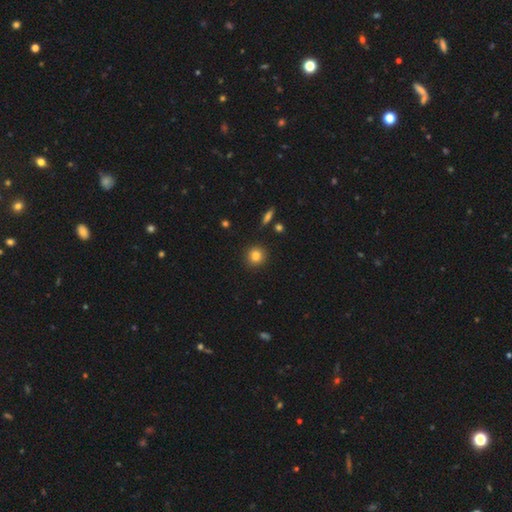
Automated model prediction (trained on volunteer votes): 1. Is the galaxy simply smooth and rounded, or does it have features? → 83% smooth, 10% star or artifact, 6% featured or disk.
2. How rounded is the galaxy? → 90% round, 8% in between, 1% cigar-shaped.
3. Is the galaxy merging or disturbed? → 90% none, 6% minor disturbance, 2% major disturbance, 2% merger.